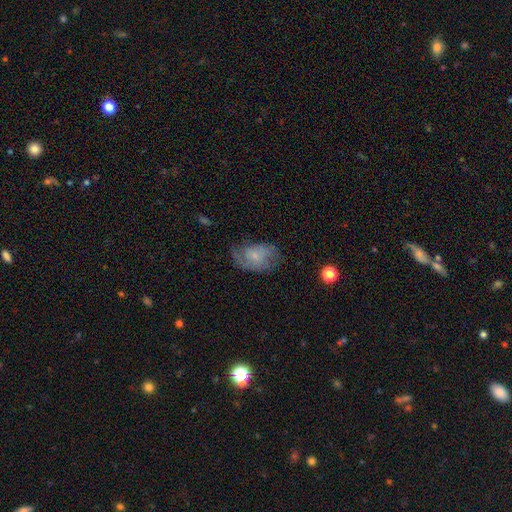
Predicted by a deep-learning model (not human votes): Q: Smooth or featured?
A: featured or disk (59%); runner-up: smooth (33%)
Q: Edge-on disk?
A: no (97%); runner-up: yes (3%)
Q: Bar?
A: no (67%); runner-up: weak (29%)
Q: Spiral arms?
A: yes (83%); runner-up: no (17%)
Q: Bulge size?
A: small (65%); runner-up: moderate (19%)
Q: Merging?
A: none (54%); runner-up: minor disturbance (26%)